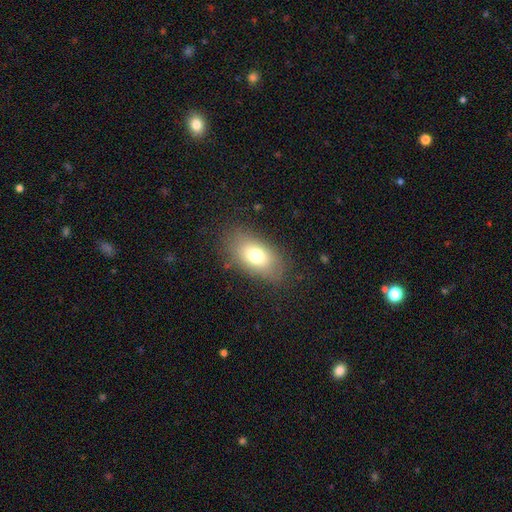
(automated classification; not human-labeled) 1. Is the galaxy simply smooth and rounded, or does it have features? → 73% smooth, 17% featured or disk, 10% star or artifact.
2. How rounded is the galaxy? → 88% in between, 9% round, 3% cigar-shaped.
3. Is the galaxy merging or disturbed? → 80% none, 14% minor disturbance, 6% major disturbance, 1% merger.